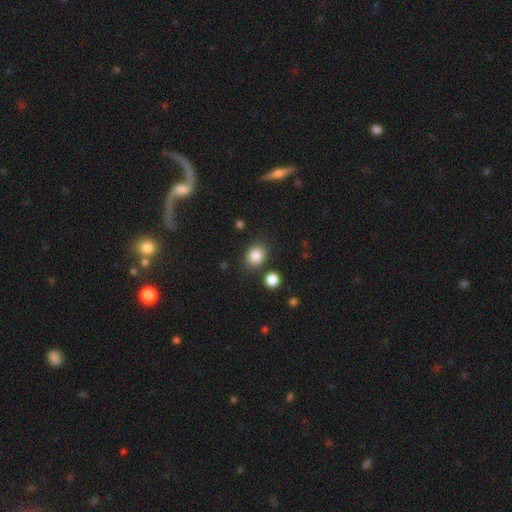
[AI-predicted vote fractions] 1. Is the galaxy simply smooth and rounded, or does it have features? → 86% smooth, 10% star or artifact, 5% featured or disk.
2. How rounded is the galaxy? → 61% round, 38% in between, 1% cigar-shaped.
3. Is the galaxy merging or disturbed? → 81% none, 10% minor disturbance, 5% merger, 3% major disturbance.